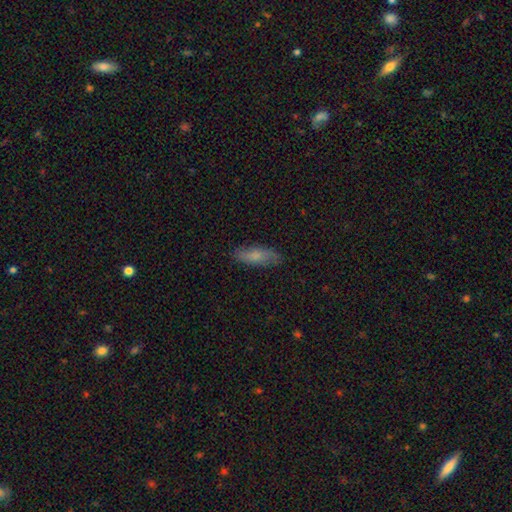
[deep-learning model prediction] smooth 75%, featured or disk 18%, star or artifact 7%. Down the decision tree: how rounded — in between (57%); merging — none (82%).